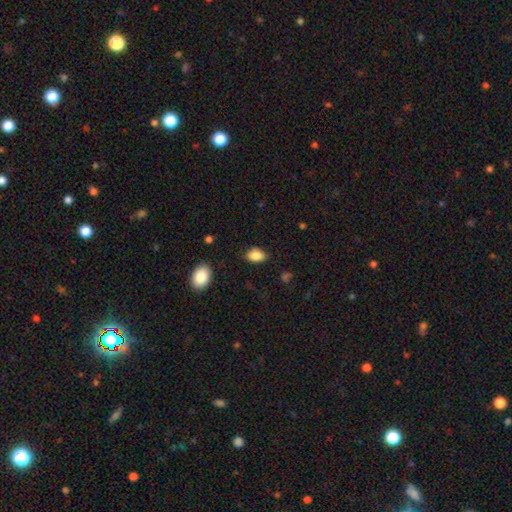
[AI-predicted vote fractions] A smooth galaxy with no disk features (86%) that is in between round and cigar-shaped (84%).

Vote fractions:
- Smooth or featured? smooth: 86% / star or artifact: 8% / featured or disk: 6%
- How rounded? in between: 84% / round: 15% / cigar-shaped: 1%
- Merging? none: 80% / minor disturbance: 15% / major disturbance: 3% / merger: 2%